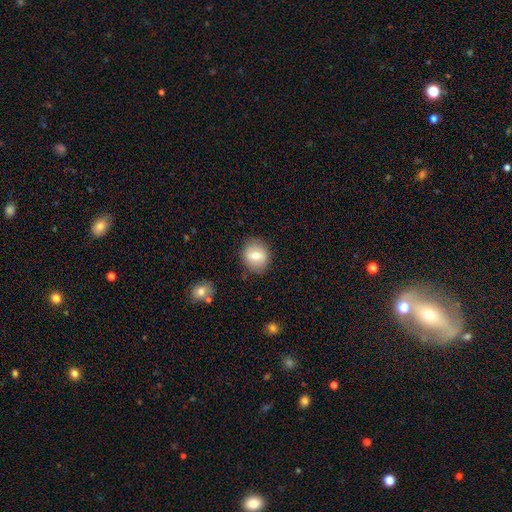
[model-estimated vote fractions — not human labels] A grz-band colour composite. It shows a smooth galaxy with no disk features (69%) that is round (71%). Merging: none (85%).